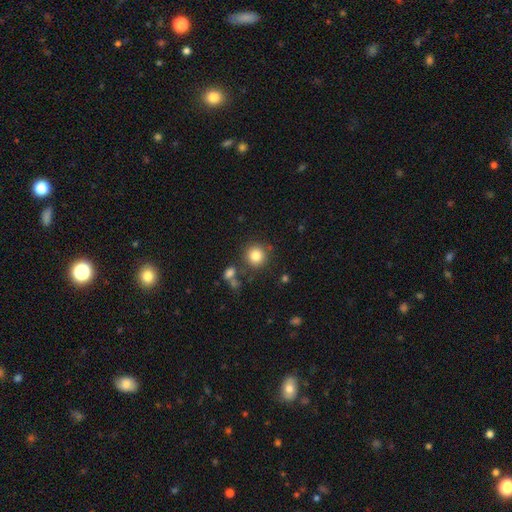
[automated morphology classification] Smooth or featured? smooth (82%)
How rounded? round (92%)
Merging? none (80%)